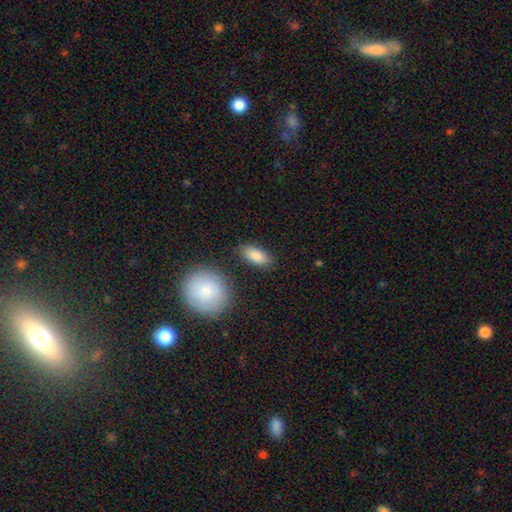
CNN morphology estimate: Overall: smooth (86%). How rounded: in between (87%). Merging: none (81%).